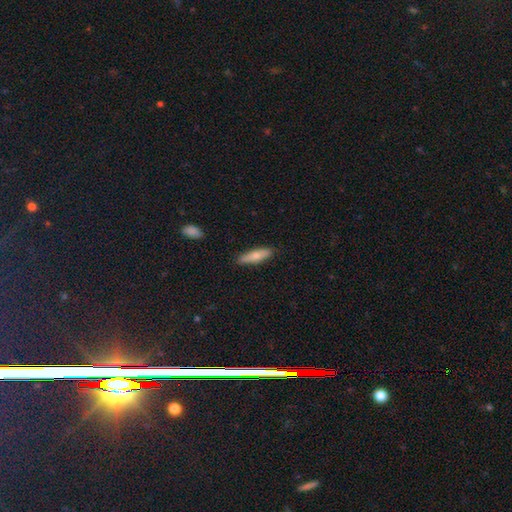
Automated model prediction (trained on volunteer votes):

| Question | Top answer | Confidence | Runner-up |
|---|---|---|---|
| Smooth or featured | smooth | 71% | featured or disk (23%) |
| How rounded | cigar-shaped | 70% | in between (28%) |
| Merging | none | 85% | minor disturbance (12%) |